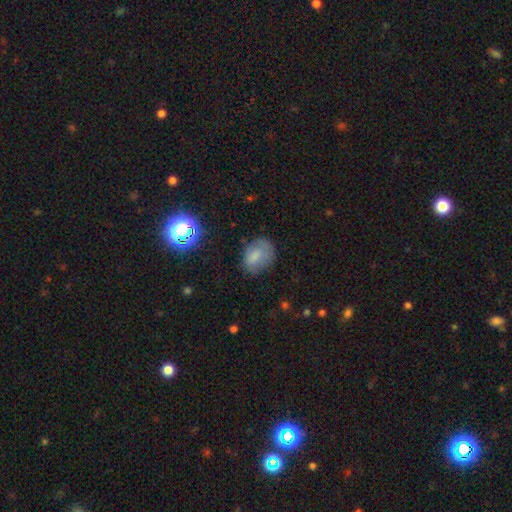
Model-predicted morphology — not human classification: This appears to be a smooth galaxy with no disk features (73%) that is in between round and cigar-shaped (64%). Merging: none (58%).